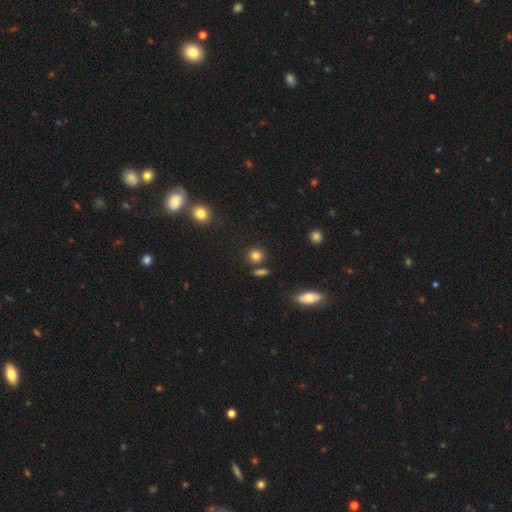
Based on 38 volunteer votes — A smooth galaxy with no disk features (95%) that is round (89%). Merging: none (92%).